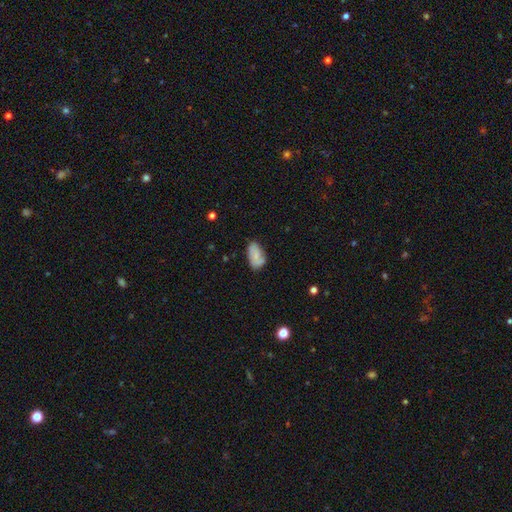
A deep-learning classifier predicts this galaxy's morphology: Smooth or featured: smooth — 66% (featured or disk — 26%)
How rounded: in between — 93% (round — 4%)
Merging: none — 63% (minor disturbance — 28%)